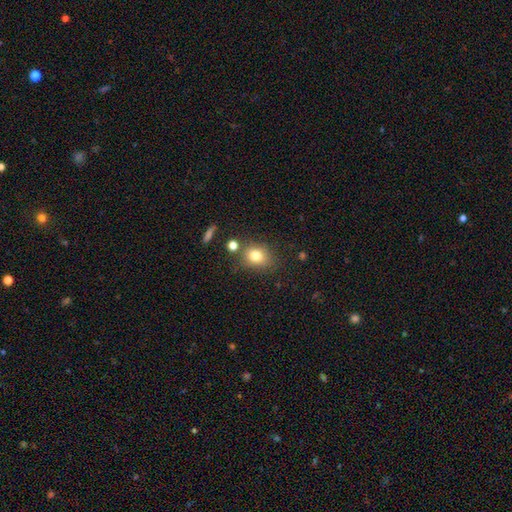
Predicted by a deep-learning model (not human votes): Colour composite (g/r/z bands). It shows a smooth galaxy with no disk features (78%) that is round (58%). Merging: none (71%).